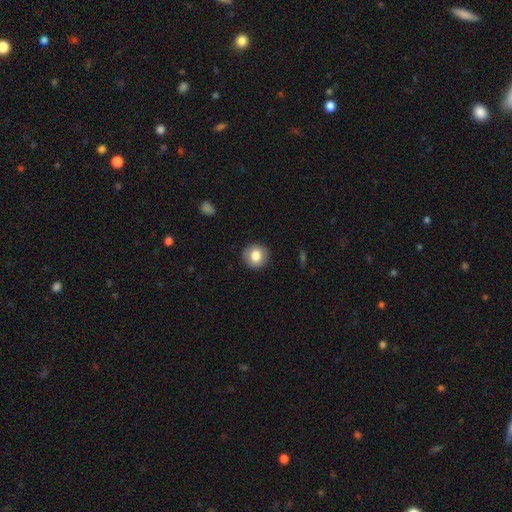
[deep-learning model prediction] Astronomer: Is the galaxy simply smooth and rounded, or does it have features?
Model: smooth — 80%.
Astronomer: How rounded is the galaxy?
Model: round — 90%.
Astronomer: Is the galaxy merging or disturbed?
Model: none — 90%.